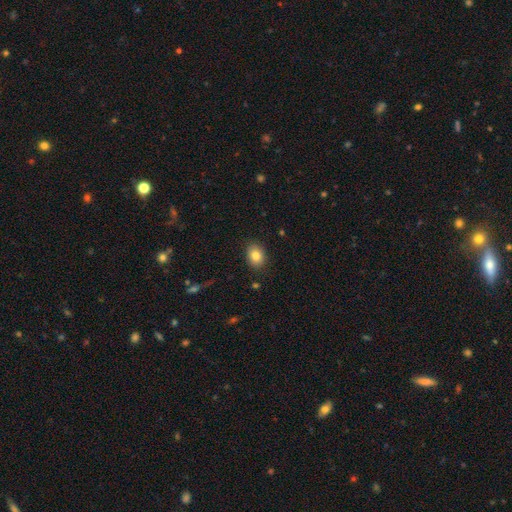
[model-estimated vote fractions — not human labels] Smooth or featured: smooth — 83% (star or artifact — 9%)
How rounded: in between — 65% (round — 34%)
Merging: none — 88% (minor disturbance — 9%)